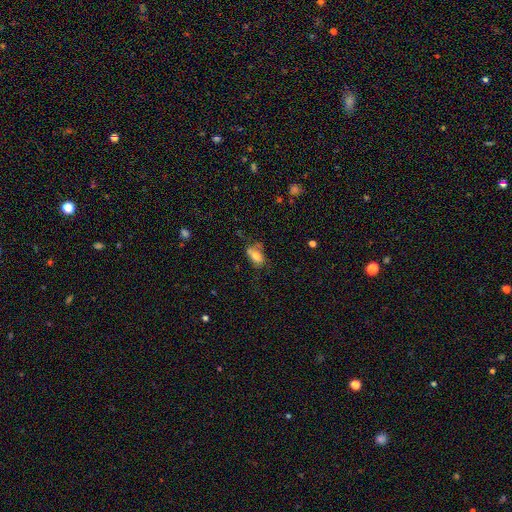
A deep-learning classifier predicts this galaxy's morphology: Smooth or featured: smooth — 68% (featured or disk — 21%)
How rounded: in between — 85% (round — 11%)
Merging: none — 42% (minor disturbance — 27%)